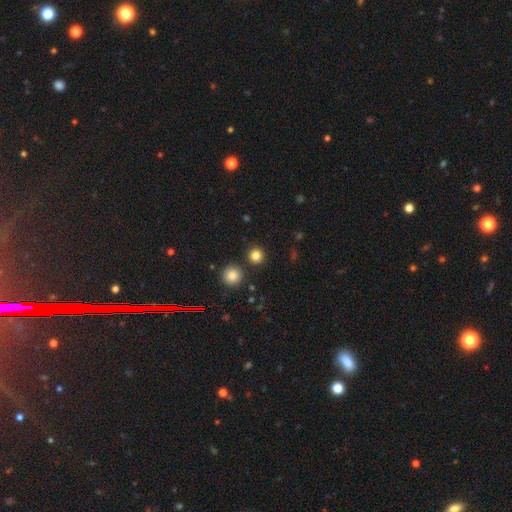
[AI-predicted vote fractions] Smooth or featured: smooth — 83% (star or artifact — 13%)
How rounded: round — 94% (in between — 5%)
Merging: none — 88% (minor disturbance — 5%)